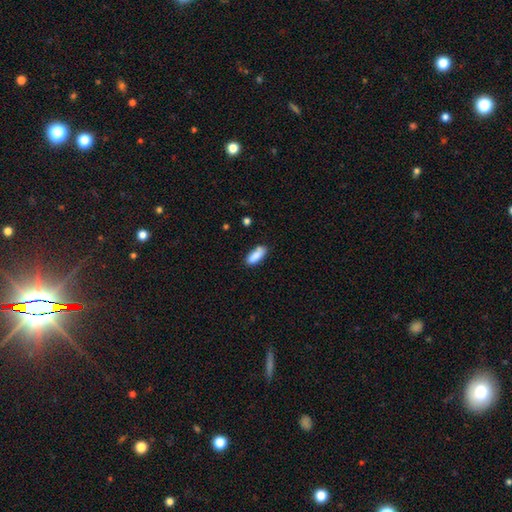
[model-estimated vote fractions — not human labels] This appears to be a smooth galaxy with no disk features (88%) that is in between round and cigar-shaped (73%). Merging: none (78%).